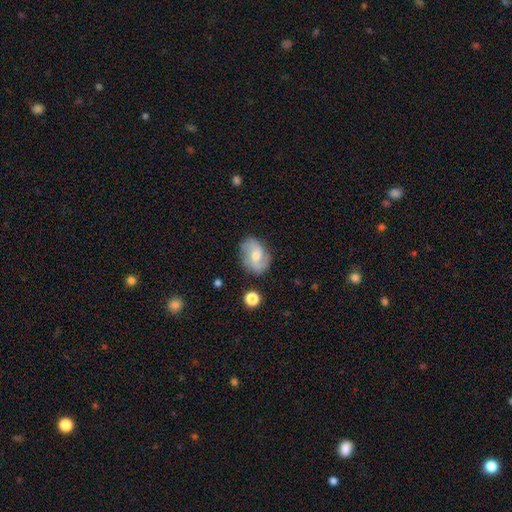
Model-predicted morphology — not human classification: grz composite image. It shows a featured or disk galaxy (66%) with no bar (44%, tied with weak), 2 (85%) loose (44%) spiral arms (91%) and a moderate central bulge (53%). Merging: none (78%).